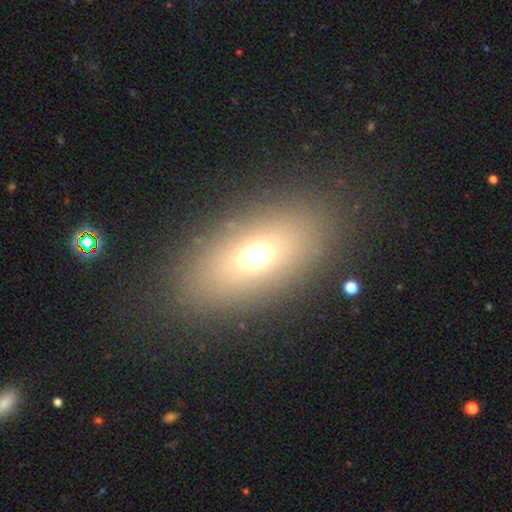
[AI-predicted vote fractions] A smooth galaxy with no disk features (63%) that is in between round and cigar-shaped (82%).

Vote fractions:
- Smooth or featured? smooth: 63% / featured or disk: 20% / star or artifact: 17%
- How rounded? in between: 82% / round: 12% / cigar-shaped: 5%
- Merging? none: 83% / minor disturbance: 9% / major disturbance: 6% / merger: 2%